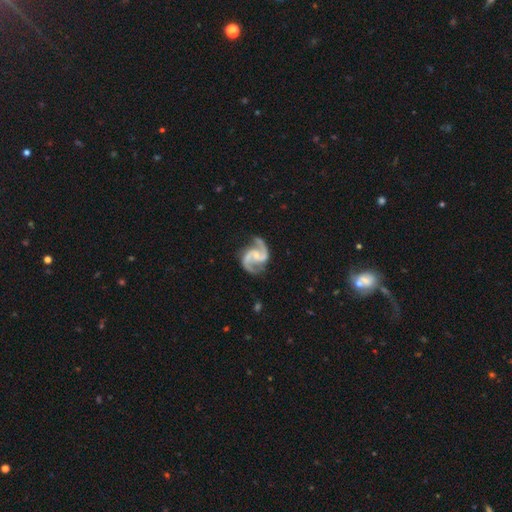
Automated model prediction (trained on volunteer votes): A featured or disk galaxy (94%) with a weak bar (44%), 2 (94%) medium (63%) spiral arms (99%) and a small central bulge (60%). Merging: none (77%).